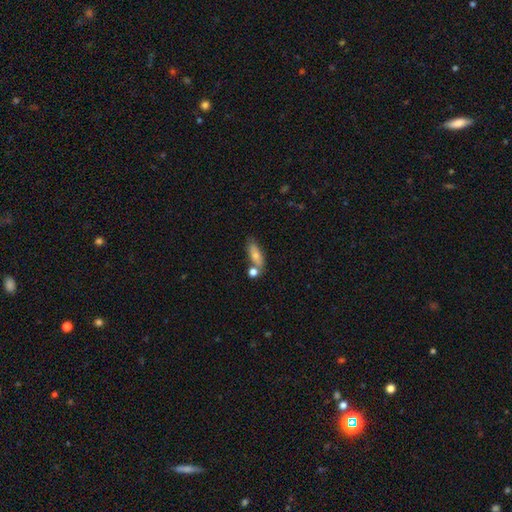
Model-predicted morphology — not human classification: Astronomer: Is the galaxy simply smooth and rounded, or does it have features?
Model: smooth — 73%.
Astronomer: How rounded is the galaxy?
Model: in between — 67%.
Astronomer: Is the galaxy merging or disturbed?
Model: none — 57%.